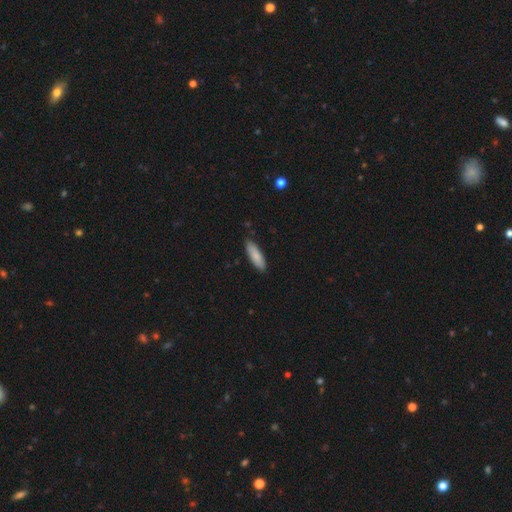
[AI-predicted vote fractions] Q: Smooth or featured?
A: smooth (85%); runner-up: featured or disk (10%)
Q: How rounded?
A: in between (52%); runner-up: cigar-shaped (46%)
Q: Merging?
A: none (85%); runner-up: minor disturbance (12%)